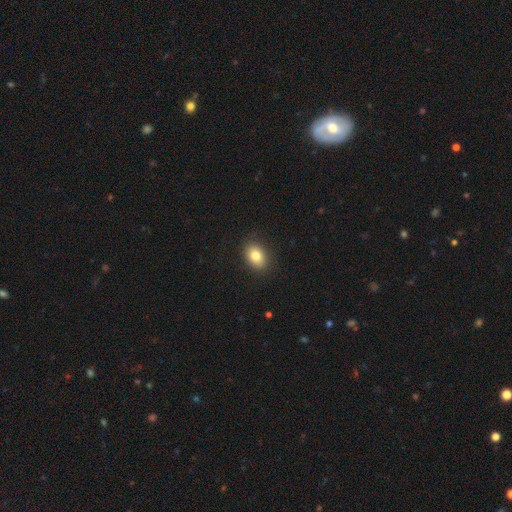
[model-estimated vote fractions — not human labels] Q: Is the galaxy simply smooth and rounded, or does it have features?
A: smooth — 82%.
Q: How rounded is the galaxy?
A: in between — 74%.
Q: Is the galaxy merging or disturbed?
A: none — 87%.